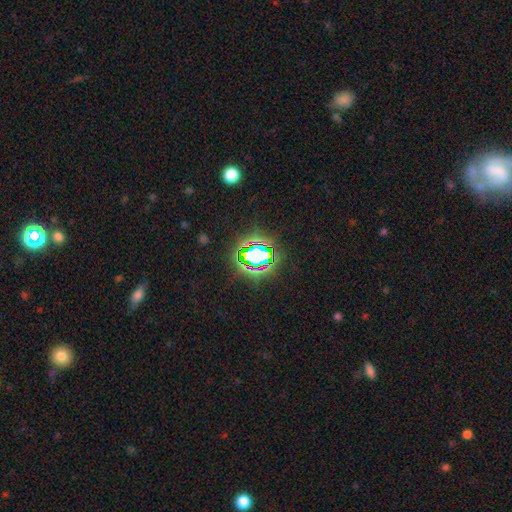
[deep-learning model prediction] Smooth or featured? star or artifact (67%)